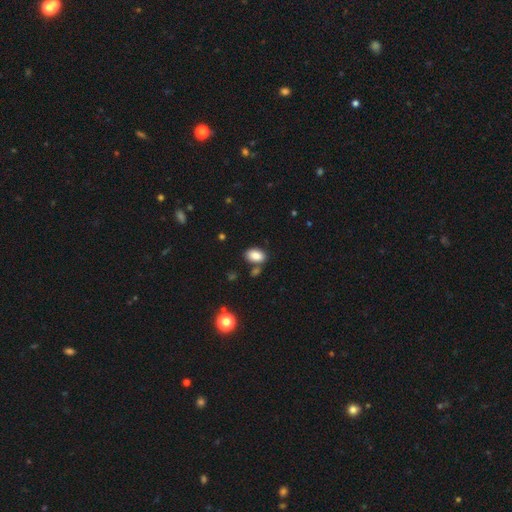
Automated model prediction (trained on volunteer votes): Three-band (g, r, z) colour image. It shows a smooth galaxy with no disk features (86%) that is in between round and cigar-shaped (89%). Merging: none (74%).